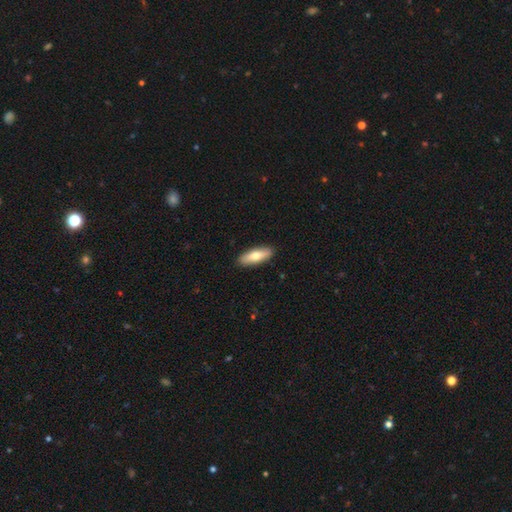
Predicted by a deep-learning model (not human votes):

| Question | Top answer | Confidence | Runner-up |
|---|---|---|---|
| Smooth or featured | smooth | 70% | featured or disk (25%) |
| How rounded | in between | 56% | cigar-shaped (41%) |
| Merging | none | 90% | minor disturbance (8%) |